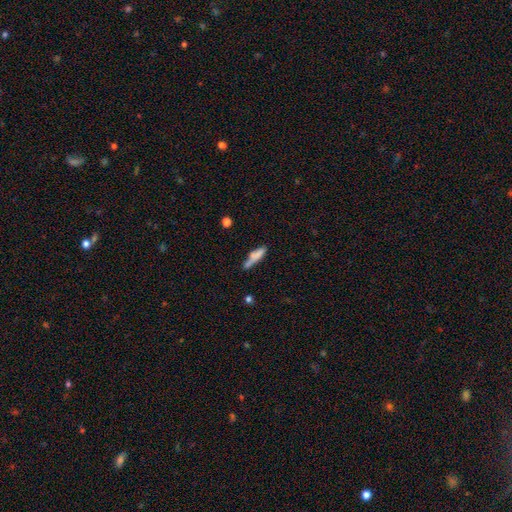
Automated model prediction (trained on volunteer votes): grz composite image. It shows a smooth galaxy with no disk features (72%) that is cigar-shaped (73%). Merging: none (48%).